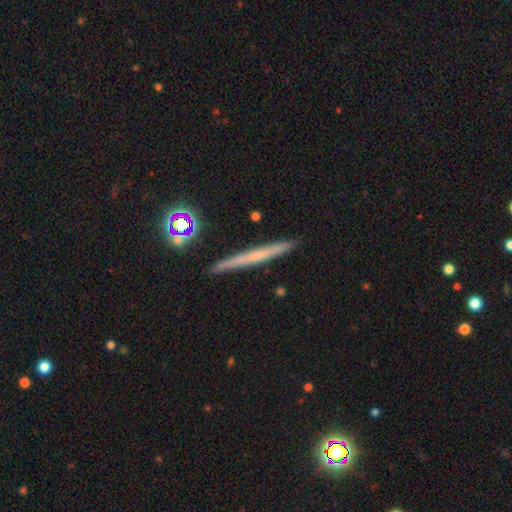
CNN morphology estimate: smooth_or_featured: featured or disk (p=0.49) [alt: smooth p=0.39]
merging: none (p=0.89) [alt: minor disturbance p=0.07]